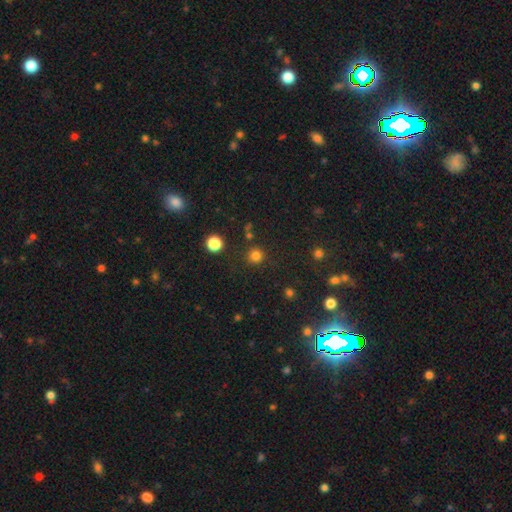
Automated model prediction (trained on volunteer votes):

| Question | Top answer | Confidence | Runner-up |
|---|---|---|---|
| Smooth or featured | smooth | 79% | star or artifact (16%) |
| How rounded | round | 95% | in between (4%) |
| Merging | none | 88% | minor disturbance (6%) |